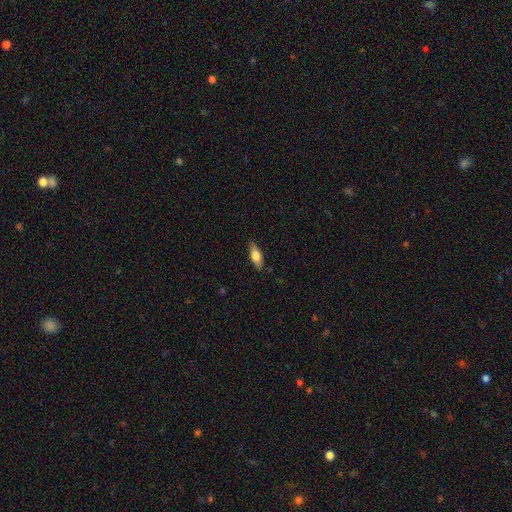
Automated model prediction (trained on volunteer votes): Smooth or featured: smooth — 65% (featured or disk — 28%)
How rounded: in between — 66% (cigar-shaped — 31%)
Merging: none — 86% (minor disturbance — 11%)